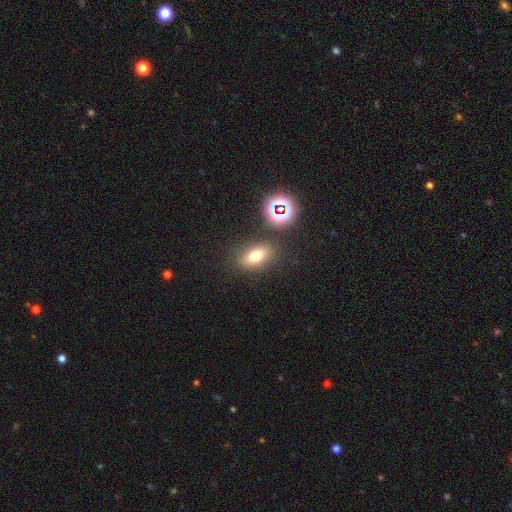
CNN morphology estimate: A smooth galaxy with no disk features (70%) that is in between round and cigar-shaped (74%).

Vote fractions:
- Smooth or featured? smooth: 70% / star or artifact: 17% / featured or disk: 14%
- How rounded? in between: 74% / round: 14% / cigar-shaped: 11%
- Merging? none: 81% / minor disturbance: 10% / merger: 5% / major disturbance: 4%